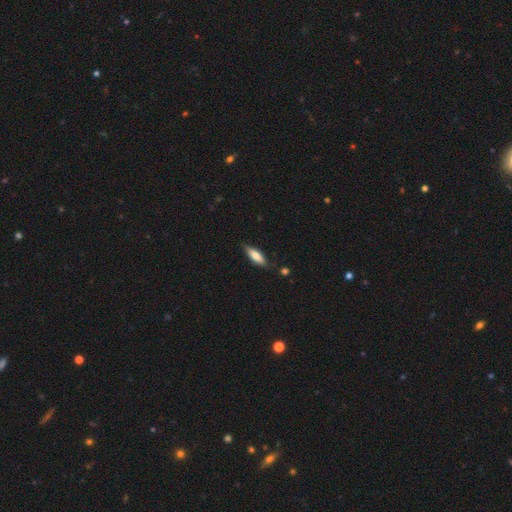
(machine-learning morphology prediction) type=smooth (73%); roundness=in between (55%); merging=none (78%).